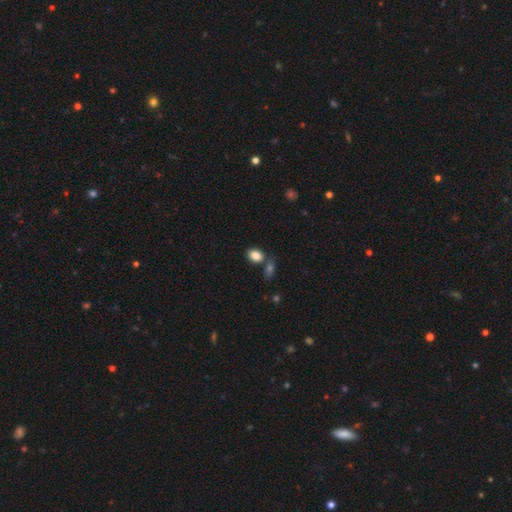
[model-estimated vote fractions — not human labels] This is clearly a smooth galaxy (85%). How rounded: likely in between (72%). Merging: likely none (63%).